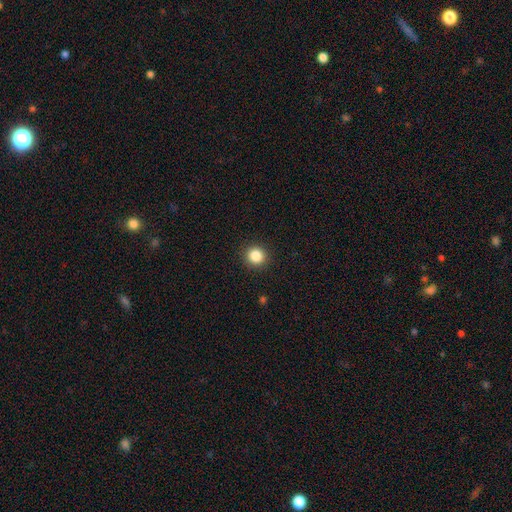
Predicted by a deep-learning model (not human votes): The model was most divided on "smooth or featured": smooth: 85%, star or artifact: 11%, featured or disk: 4%. More confident: how rounded — round (92%); merging — none (92%).